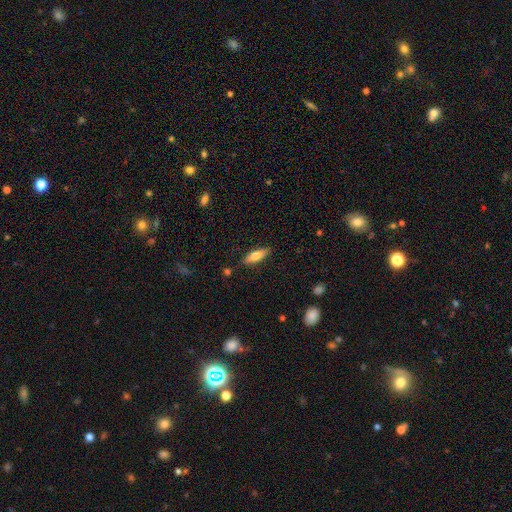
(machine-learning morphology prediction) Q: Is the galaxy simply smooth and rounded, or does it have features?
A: smooth — 65%.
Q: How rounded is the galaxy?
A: cigar-shaped — 50%.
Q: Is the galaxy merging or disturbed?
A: none — 85%.